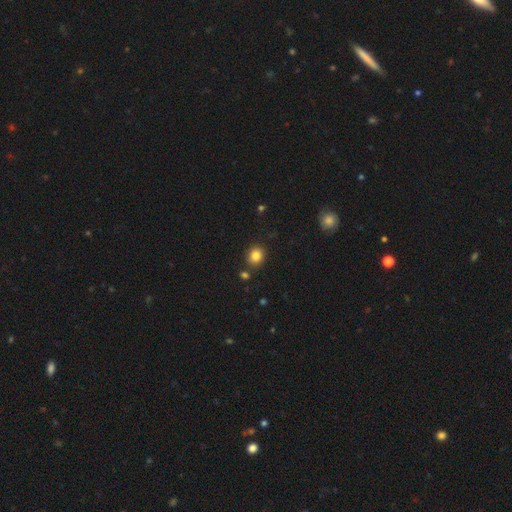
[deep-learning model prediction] Morphology: type=smooth (84%); roundness=round (73%); merging=none (82%).